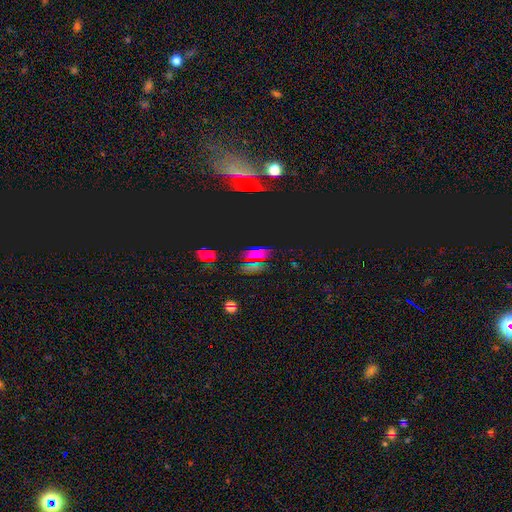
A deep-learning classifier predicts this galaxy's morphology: Overall: star or artifact (58%; smooth 27%).